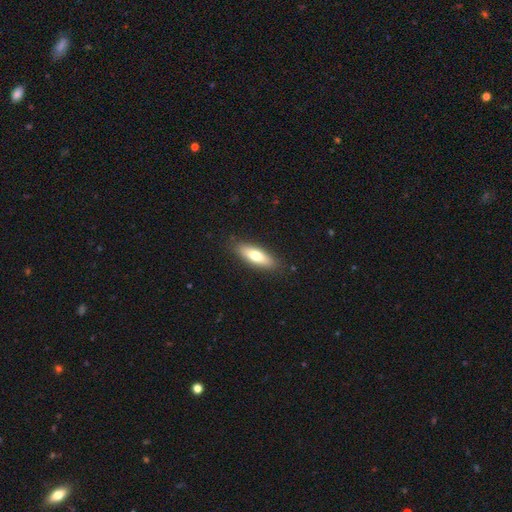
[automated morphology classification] The model was most divided on "how rounded": in between: 55%, cigar-shaped: 43%, round: 2%. More confident: merging — none (88%); smooth or featured — smooth (67%).